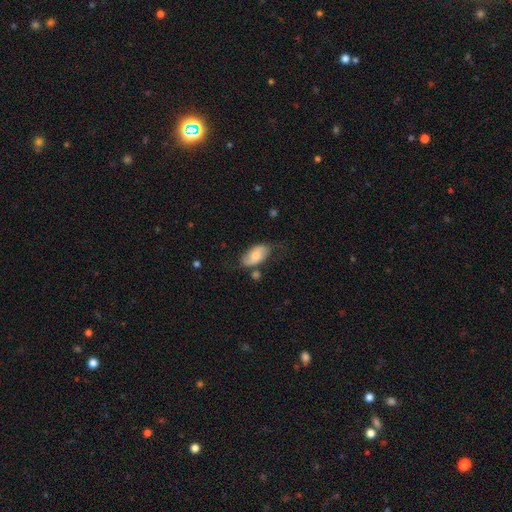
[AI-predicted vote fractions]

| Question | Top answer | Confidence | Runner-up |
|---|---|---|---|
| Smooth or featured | smooth | 63% | featured or disk (30%) |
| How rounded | in between | 93% | round (4%) |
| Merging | none | 59% | minor disturbance (26%) |